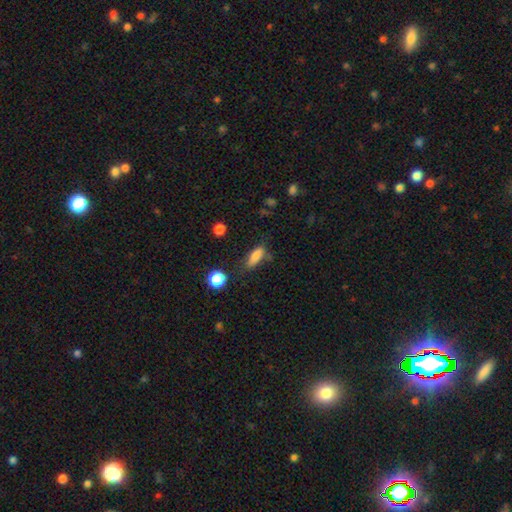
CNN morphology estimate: This is likely a smooth galaxy (80%). How rounded: likely in between (64%). Merging: likely none (64%).